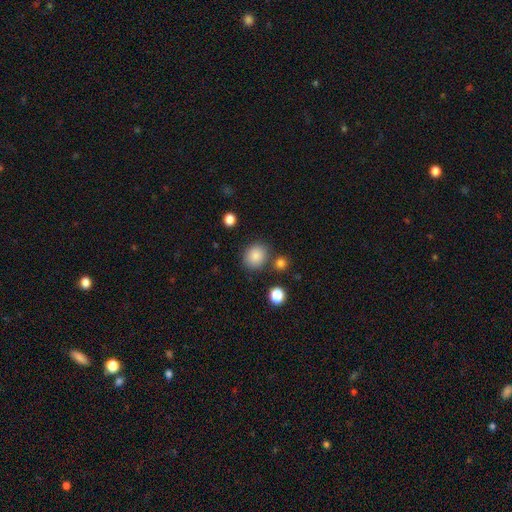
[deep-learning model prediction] This is clearly a smooth galaxy (84%). How rounded: likely round (76%). Merging: likely none (78%).